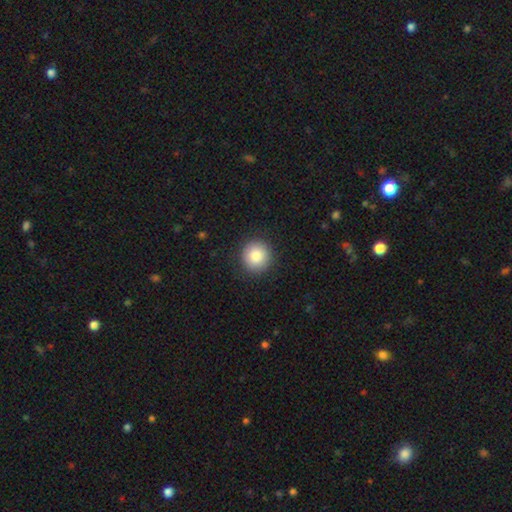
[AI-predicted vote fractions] smooth-or-featured: smooth: 87% | star or artifact: 8% | featured or disk: 5%
  how-rounded: round: 94% | in between: 5% | cigar-shaped: 1%
  merging: none: 91% | minor disturbance: 6% | major disturbance: 2% | merger: 1%